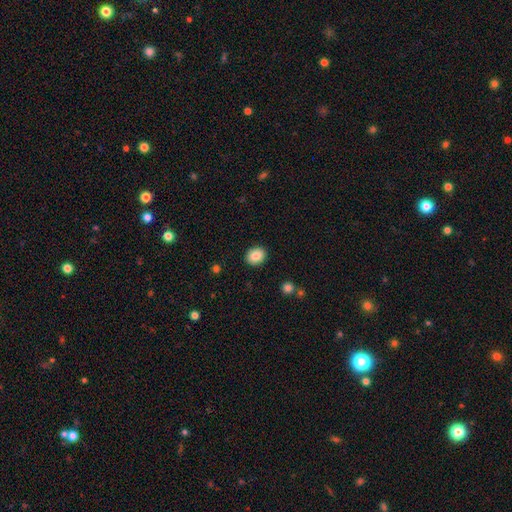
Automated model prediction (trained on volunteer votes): Smooth or featured?
  - smooth: 86% *
  - star or artifact: 8%
  - featured or disk: 6%
How rounded?
  - round: 61% *
  - in between: 38%
  - cigar-shaped: 1%
Merging?
  - none: 91% *
  - minor disturbance: 6%
  - major disturbance: 2%
  - merger: 1%